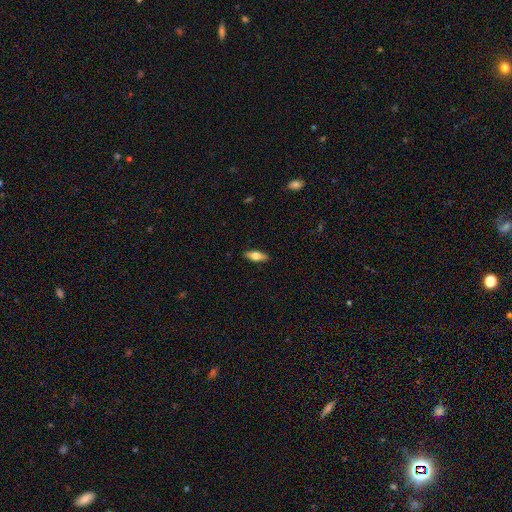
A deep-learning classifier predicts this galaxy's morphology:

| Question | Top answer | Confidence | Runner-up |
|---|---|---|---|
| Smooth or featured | smooth | 65% | featured or disk (29%) |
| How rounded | in between | 69% | cigar-shaped (28%) |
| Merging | none | 89% | minor disturbance (8%) |